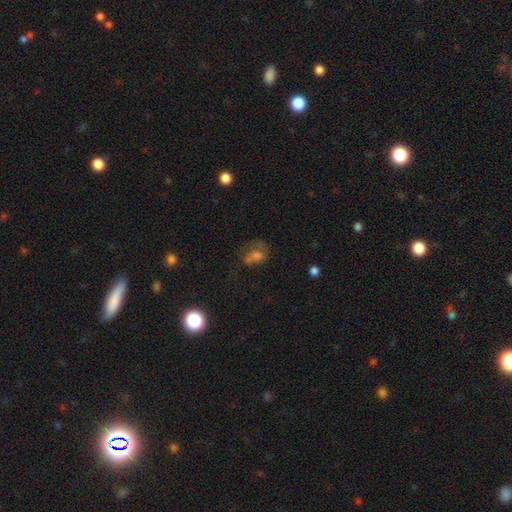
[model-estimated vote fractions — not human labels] Overall: smooth (45%; featured or disk 30%). Merging: none (42%; major disturbance 30%).